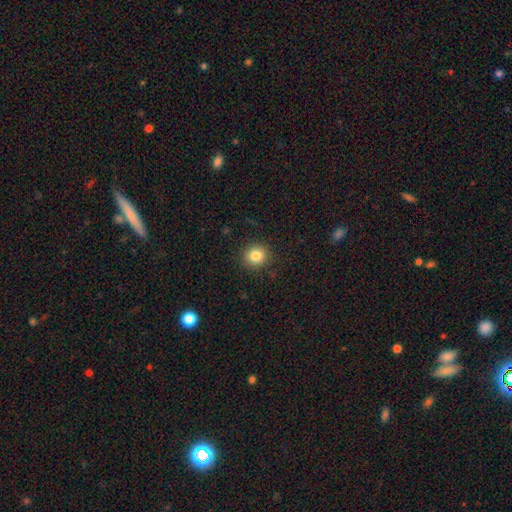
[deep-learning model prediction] Smooth or featured? Predicted: smooth (p=0.83). How rounded? Predicted: round (p=0.88). Merging? Predicted: none (p=0.89).